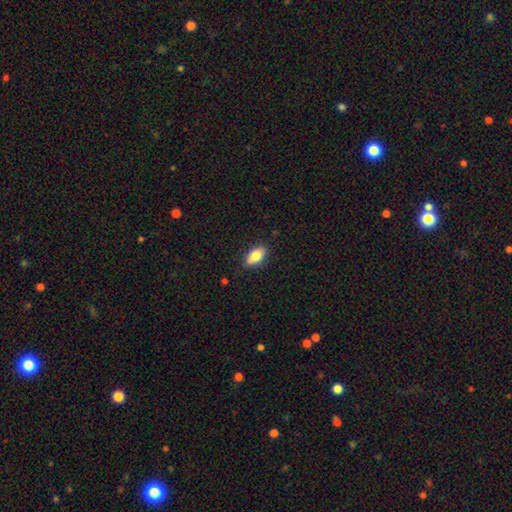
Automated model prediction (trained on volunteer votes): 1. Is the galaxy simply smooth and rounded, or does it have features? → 81% smooth, 12% featured or disk, 7% star or artifact.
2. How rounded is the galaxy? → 90% in between, 6% cigar-shaped, 5% round.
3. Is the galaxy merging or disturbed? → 85% none, 12% minor disturbance, 2% major disturbance, 1% merger.